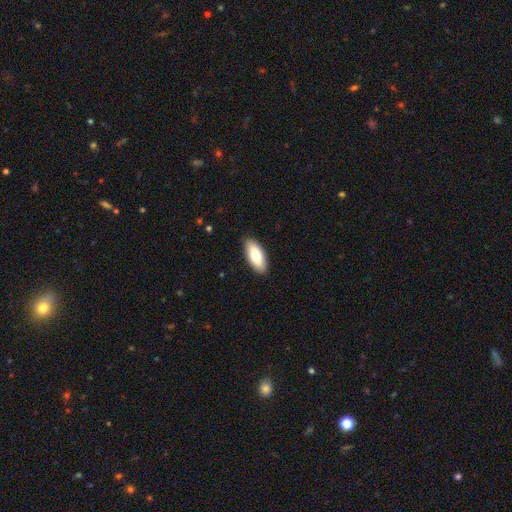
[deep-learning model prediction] A smooth galaxy with no disk features (79%) that is in between round and cigar-shaped (86%).

Vote fractions:
- Smooth or featured? smooth: 79% / featured or disk: 16% / star or artifact: 6%
- How rounded? in between: 86% / cigar-shaped: 12% / round: 2%
- Merging? none: 89% / minor disturbance: 9% / major disturbance: 2% / merger: 1%